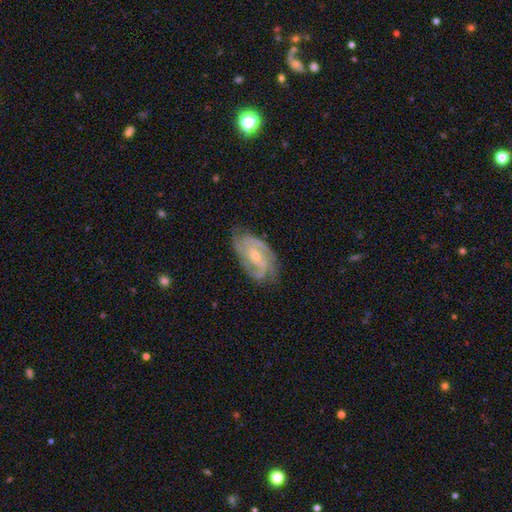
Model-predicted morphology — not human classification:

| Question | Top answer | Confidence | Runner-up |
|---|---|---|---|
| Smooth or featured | featured or disk | 87% | smooth (8%) |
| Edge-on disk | no | 96% | yes (4%) |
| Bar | no | 51% | weak (37%) |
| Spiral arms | yes | 97% | no (3%) |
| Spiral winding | tight | 45% | tied: medium (45%) |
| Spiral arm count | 2 | 44% | 3 (30%) |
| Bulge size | small | 67% | moderate (29%) |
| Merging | none | 71% | minor disturbance (21%) |